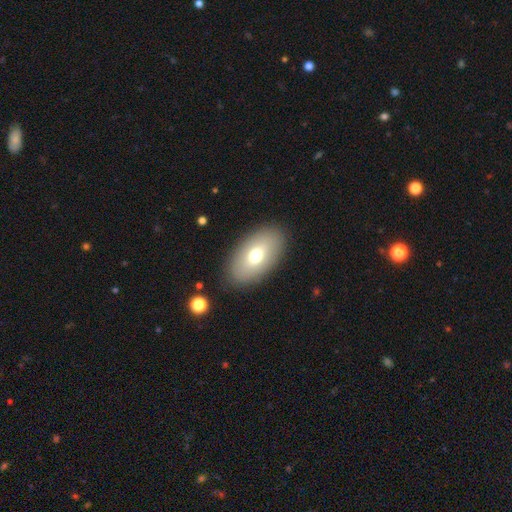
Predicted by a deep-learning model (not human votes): Smooth or featured? Predicted: smooth (p=0.70). How rounded? Predicted: in between (p=0.93). Merging? Predicted: none (p=0.88).